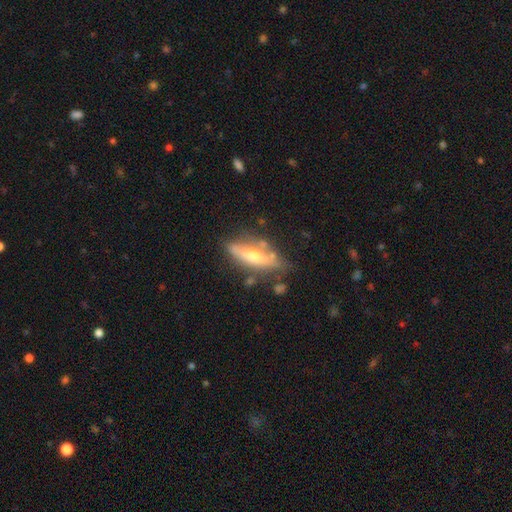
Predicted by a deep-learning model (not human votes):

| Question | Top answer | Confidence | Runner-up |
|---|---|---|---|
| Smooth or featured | featured or disk | 52% | smooth (42%) |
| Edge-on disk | yes | 69% | no (31%) |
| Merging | none | 65% | minor disturbance (21%) |